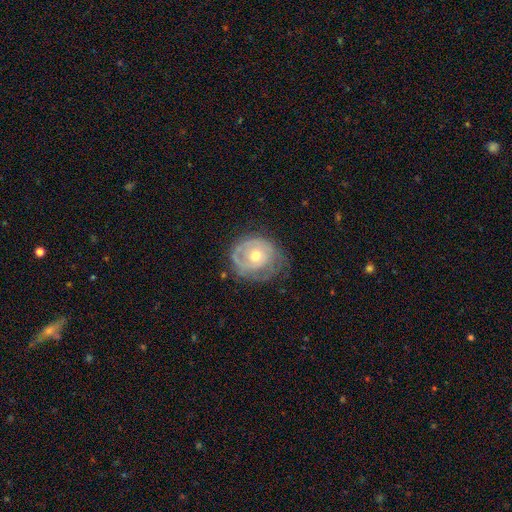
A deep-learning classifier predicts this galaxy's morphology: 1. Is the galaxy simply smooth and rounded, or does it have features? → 71% featured or disk, 22% smooth, 6% star or artifact.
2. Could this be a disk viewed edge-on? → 97% no, 3% yes.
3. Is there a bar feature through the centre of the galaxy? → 81% no, 16% weak, 3% strong.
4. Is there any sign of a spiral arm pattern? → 78% yes, 22% no.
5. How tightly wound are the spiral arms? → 67% tight, 23% medium, 10% loose.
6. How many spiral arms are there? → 41% can't tell, 24% 2, 18% 1, 11% 3, 3% 4, 3% more than 4.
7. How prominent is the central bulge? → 61% moderate, 34% small, 3% large, 1% none, 1% dominant.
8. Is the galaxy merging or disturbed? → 58% none, 26% minor disturbance, 14% major disturbance, 1% merger.